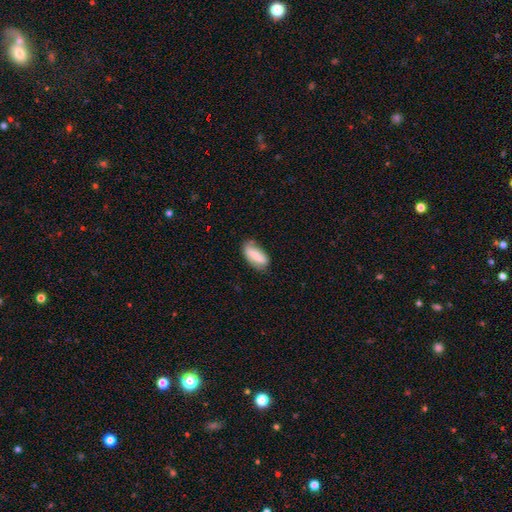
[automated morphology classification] Overall: smooth (70%). How rounded: in between (81%). Merging: none (66%; minor disturbance 26%).